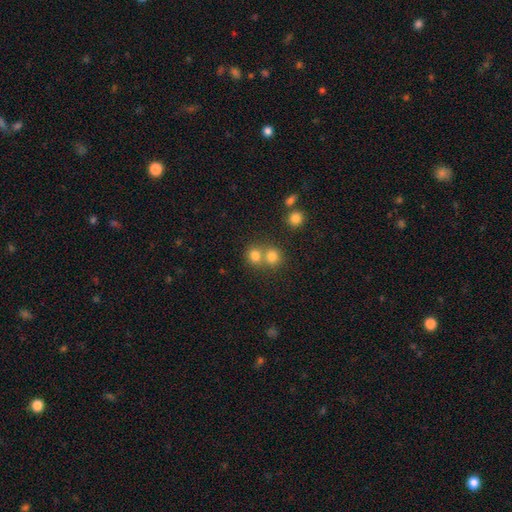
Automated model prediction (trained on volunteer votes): This is likely a smooth galaxy (78%). How rounded: clearly round (83%). Merging: possibly none (47%).